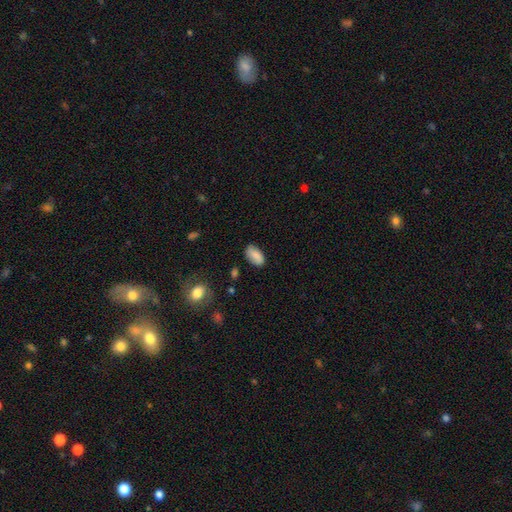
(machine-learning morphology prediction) Smooth or featured?
  - smooth: 82% *
  - featured or disk: 11%
  - star or artifact: 7%
How rounded?
  - in between: 93% *
  - round: 4%
  - cigar-shaped: 3%
Merging?
  - none: 80% *
  - minor disturbance: 15%
  - major disturbance: 3%
  - merger: 2%